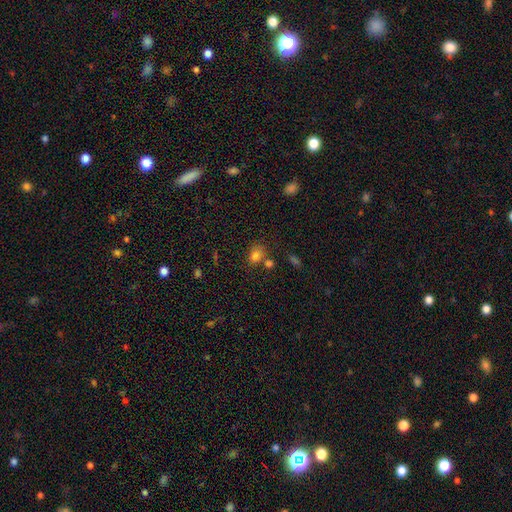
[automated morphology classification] This is likely a smooth galaxy (78%). How rounded: likely in between (61%). Merging: likely none (60%).